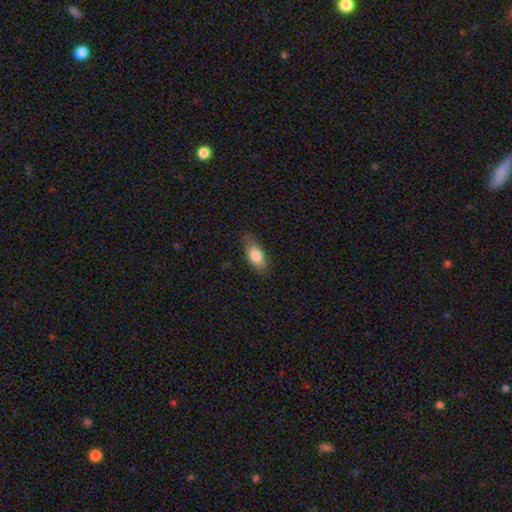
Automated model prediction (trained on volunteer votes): Smooth or featured?
  - smooth: 80% *
  - featured or disk: 13%
  - star or artifact: 7%
How rounded?
  - in between: 85% *
  - cigar-shaped: 12%
  - round: 3%
Merging?
  - none: 74% *
  - minor disturbance: 21%
  - major disturbance: 4%
  - merger: 1%